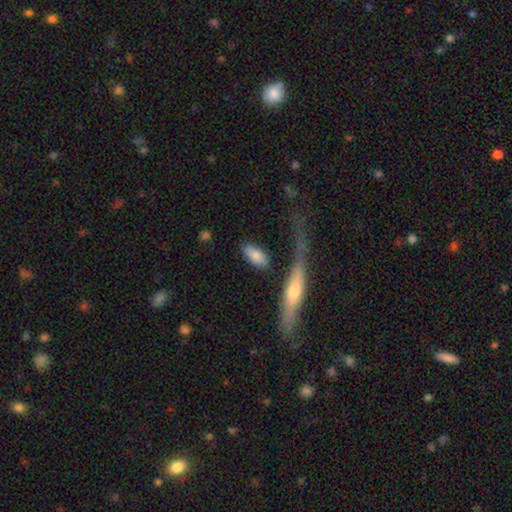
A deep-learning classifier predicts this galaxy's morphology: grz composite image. It shows a smooth galaxy with no disk features (82%) that is in between round and cigar-shaped (85%). Merging: none (74%).